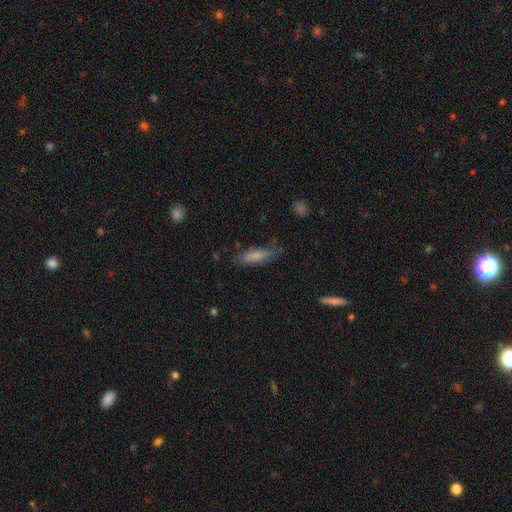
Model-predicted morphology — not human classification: Overall: smooth (71%). How rounded: cigar-shaped (52%; in between 46%). Merging: none (70%).